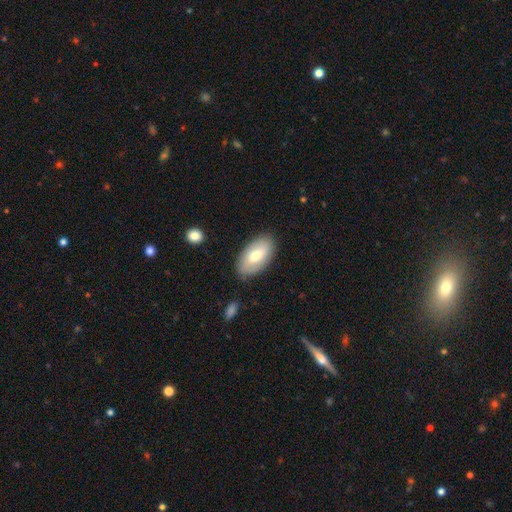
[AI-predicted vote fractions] smooth_or_featured: smooth (p=0.65) [alt: featured or disk p=0.29]
how_rounded: in between (p=0.94) [alt: round p=0.03]
merging: none (p=0.83) [alt: minor disturbance p=0.12]